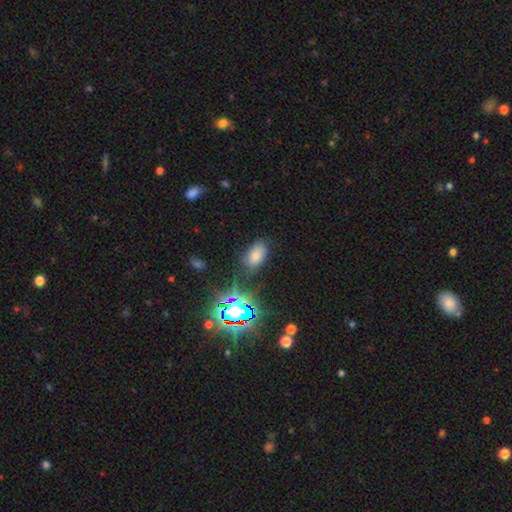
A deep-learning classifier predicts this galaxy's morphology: A smooth galaxy with no disk features (67%) that is in between round and cigar-shaped (90%).

Vote fractions:
- Smooth or featured? smooth: 67% / star or artifact: 23% / featured or disk: 9%
- How rounded? in between: 90% / round: 8% / cigar-shaped: 2%
- Merging? none: 71% / minor disturbance: 18% / major disturbance: 7% / merger: 4%